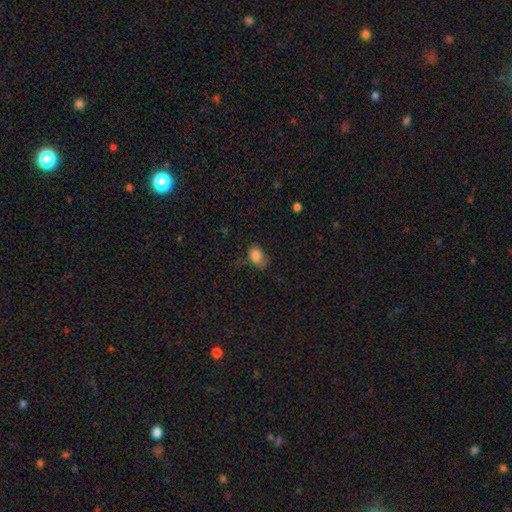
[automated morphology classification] The model was most divided on "merging": none: 53%, minor disturbance: 33%, major disturbance: 13%, merger: 2%. More confident: smooth or featured — smooth (83%); how rounded — in between (77%).